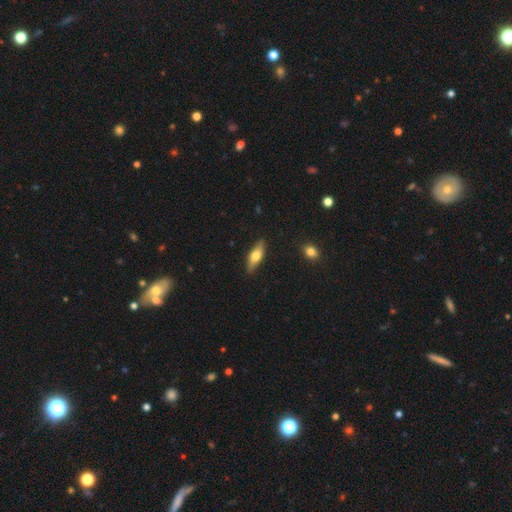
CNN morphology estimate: smooth 57%, featured or disk 37%, star or artifact 6%. Down the decision tree: how rounded — in between (53%); merging — none (85%).